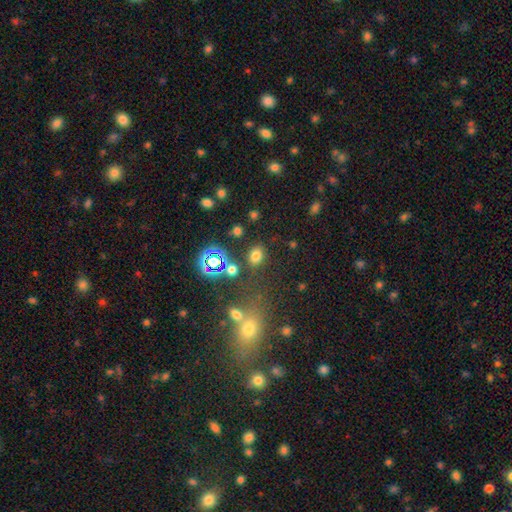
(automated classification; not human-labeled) Smooth or featured? Predicted: smooth (p=0.72). How rounded? Predicted: in between (p=0.58). Merging? Predicted: none (p=0.79).